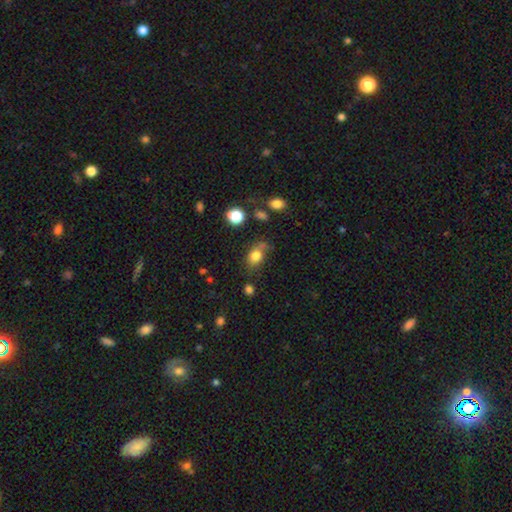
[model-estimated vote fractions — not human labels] Smooth or featured? smooth (80%)
How rounded? in between (59%)
Merging? none (57%)